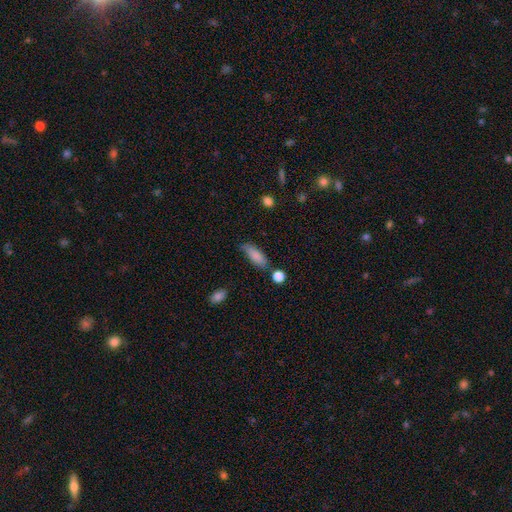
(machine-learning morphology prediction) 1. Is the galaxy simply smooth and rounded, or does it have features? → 84% smooth, 9% featured or disk, 7% star or artifact.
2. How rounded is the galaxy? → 69% in between, 28% cigar-shaped, 3% round.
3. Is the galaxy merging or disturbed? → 57% none, 27% minor disturbance, 8% merger, 8% major disturbance.